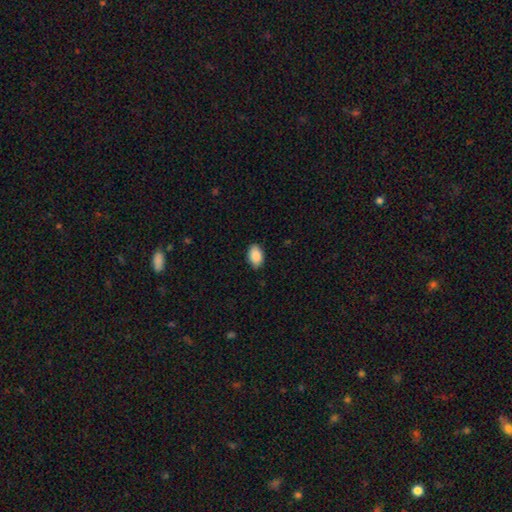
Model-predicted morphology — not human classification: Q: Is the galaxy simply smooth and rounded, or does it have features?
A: smooth — 90%.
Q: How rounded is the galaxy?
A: in between — 91%.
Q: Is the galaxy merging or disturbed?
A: none — 86%.